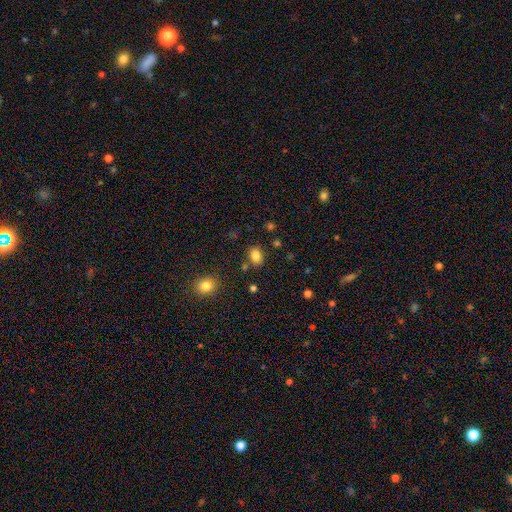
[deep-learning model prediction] A smooth galaxy with no disk features (84%) that is in between round and cigar-shaped (69%).

Vote fractions:
- Smooth or featured? smooth: 84% / star or artifact: 11% / featured or disk: 5%
- How rounded? in between: 69% / round: 30% / cigar-shaped: 1%
- Merging? none: 80% / minor disturbance: 11% / merger: 6% / major disturbance: 3%